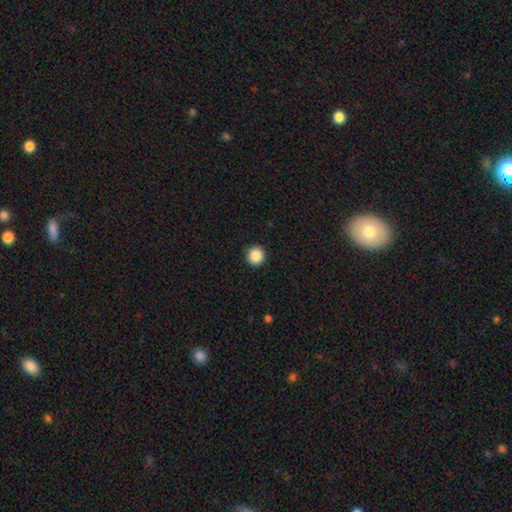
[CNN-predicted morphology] Q: Smooth or featured?
A: smooth (88%); runner-up: star or artifact (9%)
Q: How rounded?
A: round (96%); runner-up: in between (3%)
Q: Merging?
A: none (93%); runner-up: minor disturbance (4%)